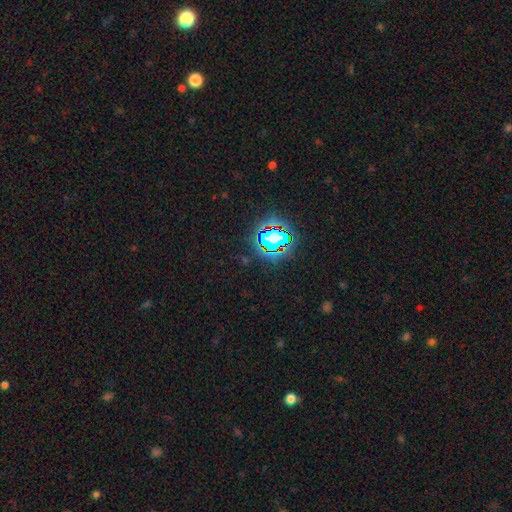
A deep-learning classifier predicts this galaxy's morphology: Smooth or featured? star or artifact (82%)